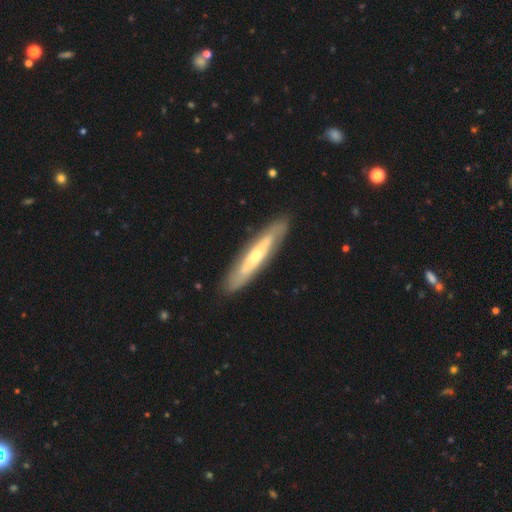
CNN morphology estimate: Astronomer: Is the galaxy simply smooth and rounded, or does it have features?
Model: featured or disk — 59% (runner-up: smooth, 36%).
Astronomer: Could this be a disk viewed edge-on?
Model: yes — 63%.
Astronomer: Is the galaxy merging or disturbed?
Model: none — 87%.